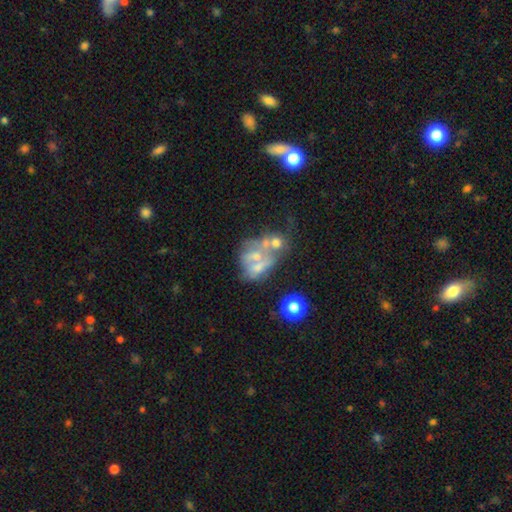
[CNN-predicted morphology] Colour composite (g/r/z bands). It shows a featured or disk galaxy (56%) with no bar (85%), no spiral arms (86%) and no central bulge (39%). Merging: merger (46%).